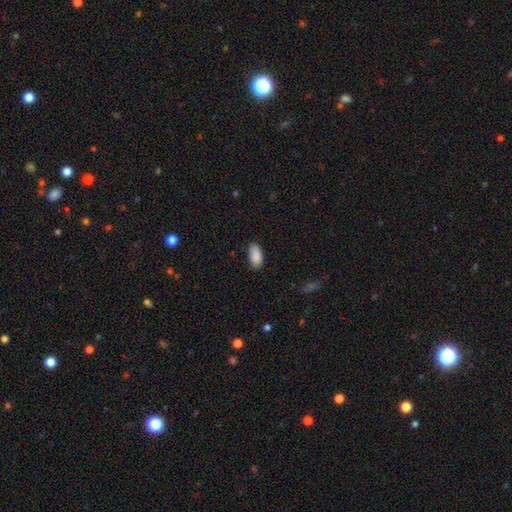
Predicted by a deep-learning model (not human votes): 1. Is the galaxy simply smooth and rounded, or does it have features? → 89% smooth, 7% star or artifact, 4% featured or disk.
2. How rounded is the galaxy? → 93% in between, 4% cigar-shaped, 2% round.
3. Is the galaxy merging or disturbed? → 80% none, 16% minor disturbance, 3% major disturbance, 1% merger.